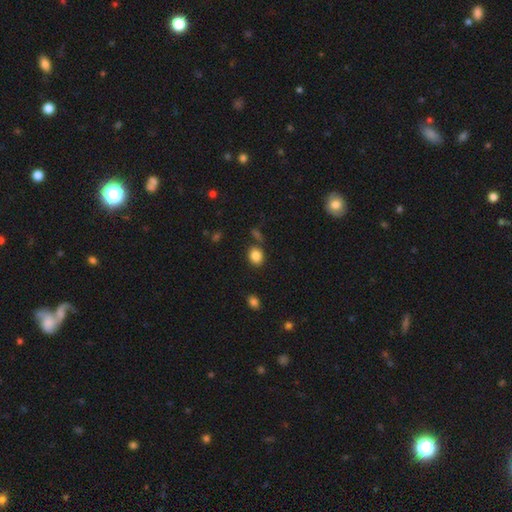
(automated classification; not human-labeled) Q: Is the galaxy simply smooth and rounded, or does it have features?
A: smooth — 85%.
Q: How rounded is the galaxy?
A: round — 63%.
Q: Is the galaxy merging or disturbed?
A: none — 79%.